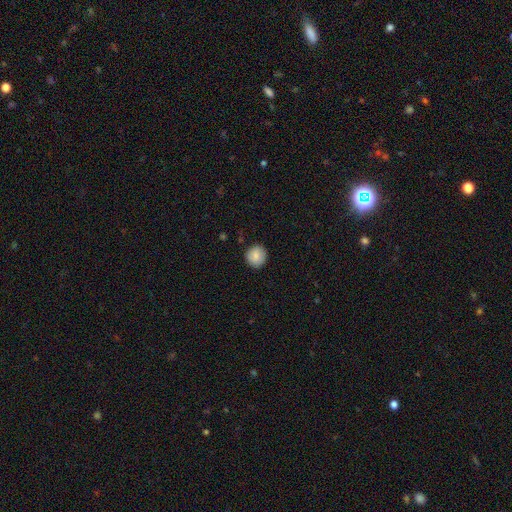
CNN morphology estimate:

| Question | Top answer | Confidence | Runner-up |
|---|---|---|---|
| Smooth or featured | smooth | 84% | featured or disk (8%) |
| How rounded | round | 91% | in between (8%) |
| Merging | none | 89% | minor disturbance (8%) |